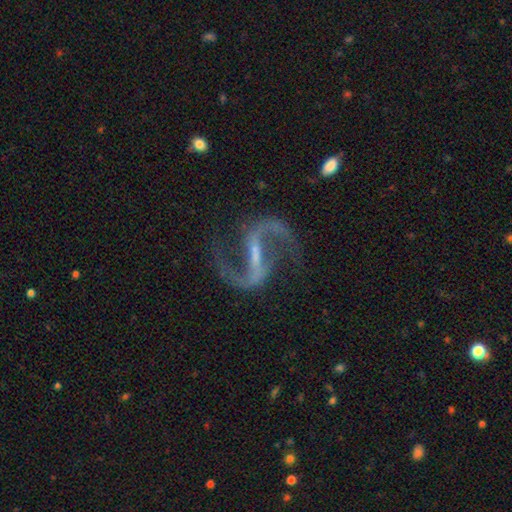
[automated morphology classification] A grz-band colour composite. It shows a featured or disk galaxy (93%) with a strong bar (64%), 2 (95%) loose (58%) spiral arms (98%) and a small central bulge (52%). Merging: none (80%).